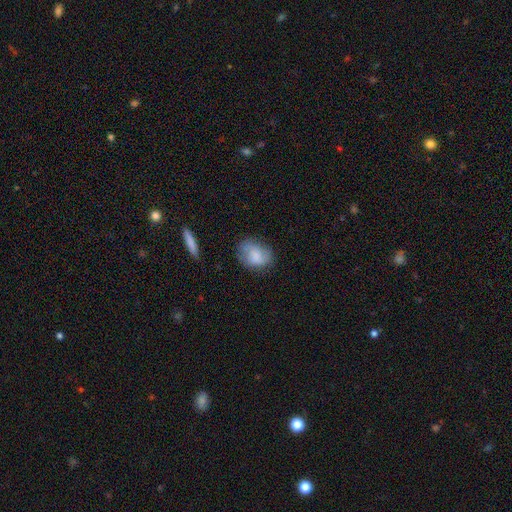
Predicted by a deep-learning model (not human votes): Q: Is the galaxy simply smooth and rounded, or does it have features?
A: smooth — 68%.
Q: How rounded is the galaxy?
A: in between — 68%.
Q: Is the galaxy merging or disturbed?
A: none — 63%.